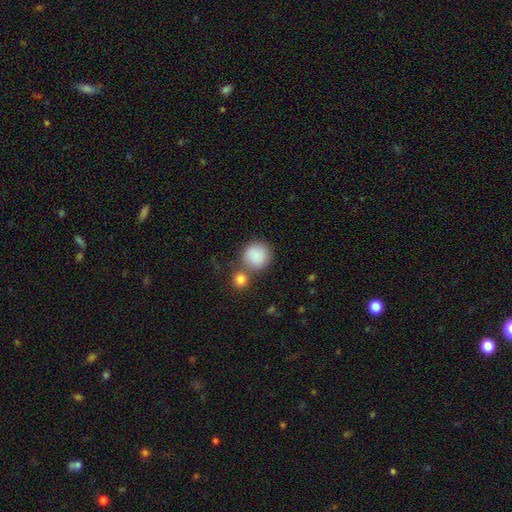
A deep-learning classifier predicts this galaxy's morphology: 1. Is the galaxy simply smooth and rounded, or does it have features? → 86% smooth, 7% star or artifact, 6% featured or disk.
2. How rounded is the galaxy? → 91% round, 8% in between, 1% cigar-shaped.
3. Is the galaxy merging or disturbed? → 60% none, 24% merger, 11% minor disturbance, 5% major disturbance.